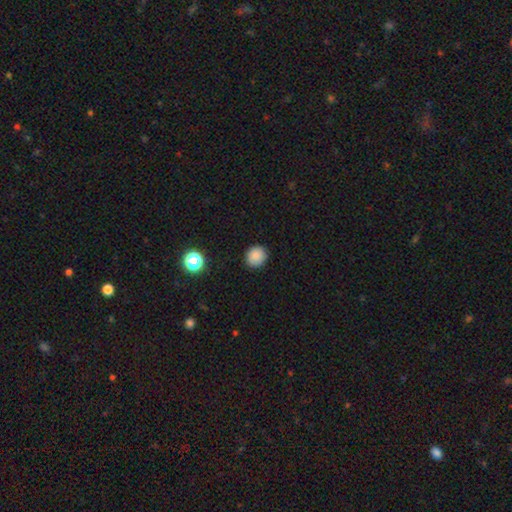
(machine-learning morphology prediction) Q: Smooth or featured?
A: smooth (85%); runner-up: star or artifact (10%)
Q: How rounded?
A: round (82%); runner-up: in between (17%)
Q: Merging?
A: none (88%); runner-up: minor disturbance (9%)